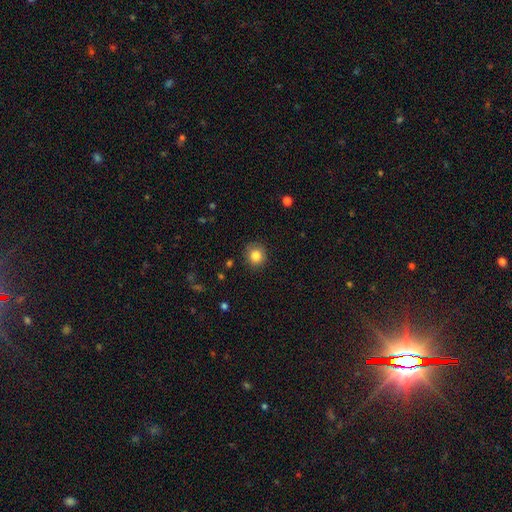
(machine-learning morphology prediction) Smooth or featured? smooth (84%)
How rounded? round (88%)
Merging? none (85%)